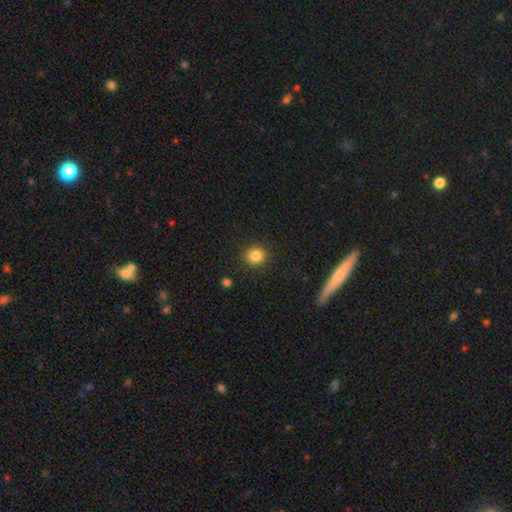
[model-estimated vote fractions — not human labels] smooth_or_featured: smooth (p=0.84) [alt: star or artifact p=0.11]
how_rounded: round (p=0.90) [alt: in between p=0.09]
merging: none (p=0.90) [alt: minor disturbance p=0.06]